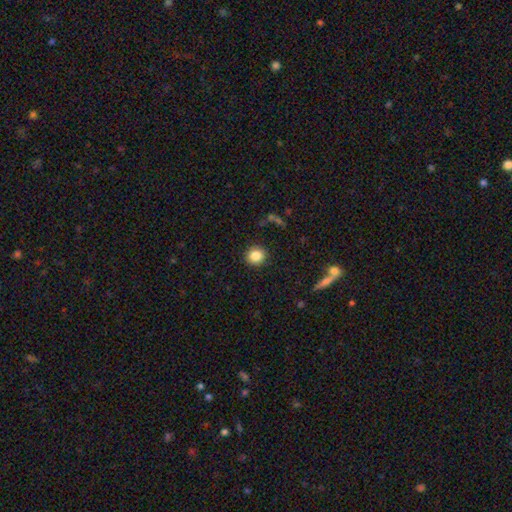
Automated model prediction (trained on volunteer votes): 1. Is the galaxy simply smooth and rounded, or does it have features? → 84% smooth, 10% star or artifact, 6% featured or disk.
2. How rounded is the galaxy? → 88% round, 11% in between, 1% cigar-shaped.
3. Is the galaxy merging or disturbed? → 90% none, 6% minor disturbance, 2% major disturbance, 1% merger.